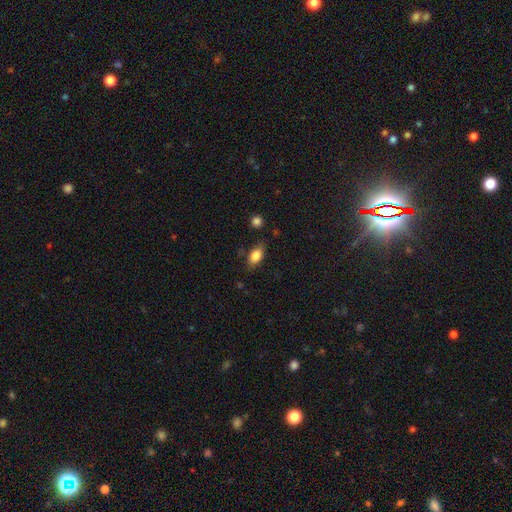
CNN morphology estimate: smooth-or-featured: smooth: 82% | featured or disk: 9% | star or artifact: 8%
  how-rounded: in between: 86% | round: 9% | cigar-shaped: 6%
  merging: none: 75% | minor disturbance: 18% | major disturbance: 4% | merger: 3%